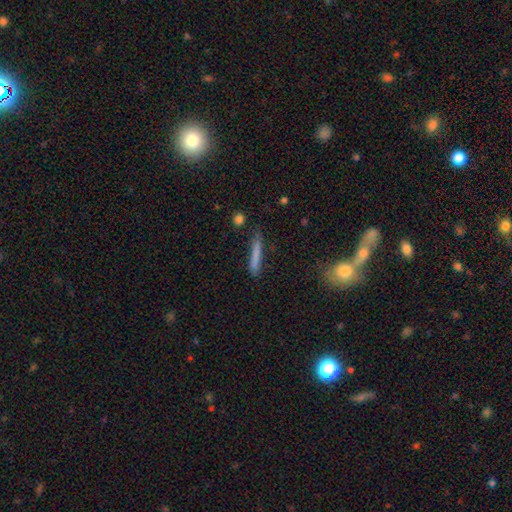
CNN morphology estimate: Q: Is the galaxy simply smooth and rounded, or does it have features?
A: smooth — 77%.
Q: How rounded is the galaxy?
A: cigar-shaped — 94%.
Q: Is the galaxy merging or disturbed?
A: none — 79%.